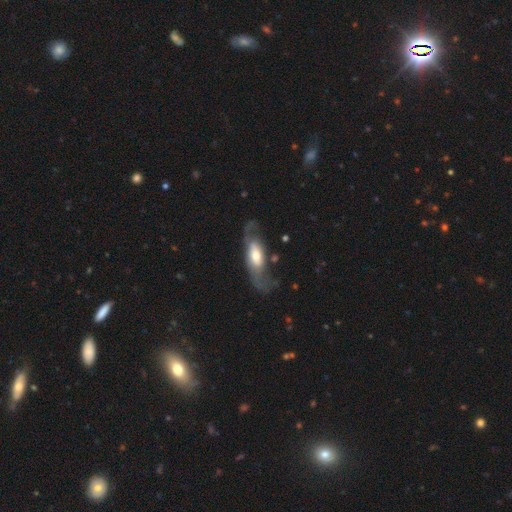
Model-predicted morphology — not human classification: Overall: featured or disk (62%; smooth 32%). Edge-on disk: no (80%). Merging: none (51%; major disturbance 24%).